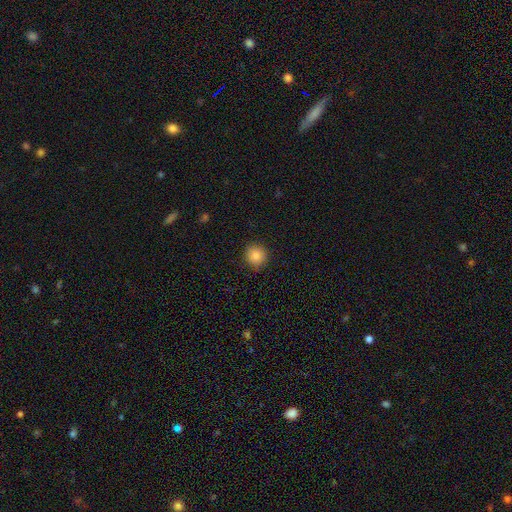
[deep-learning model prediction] Smooth or featured?
  - smooth: 86% *
  - star or artifact: 9%
  - featured or disk: 5%
How rounded?
  - round: 92% *
  - in between: 7%
  - cigar-shaped: 1%
Merging?
  - none: 91% *
  - minor disturbance: 6%
  - major disturbance: 2%
  - merger: 1%